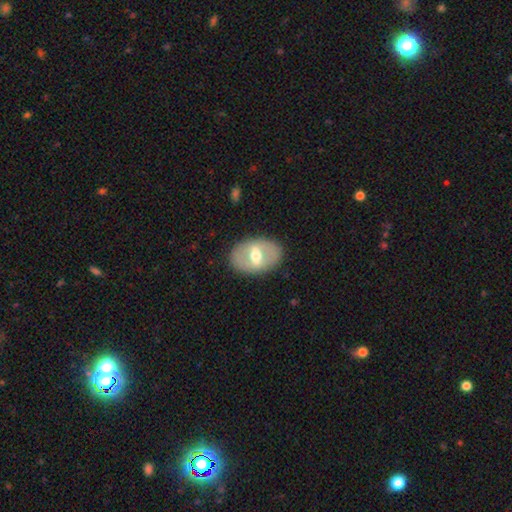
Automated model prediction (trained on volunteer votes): Morphology: type=featured or disk (58%); edge-on=no (90%); bar=strong (45%); spiral arms=no (79%); bulge=moderate (73%); merging=none (85%).